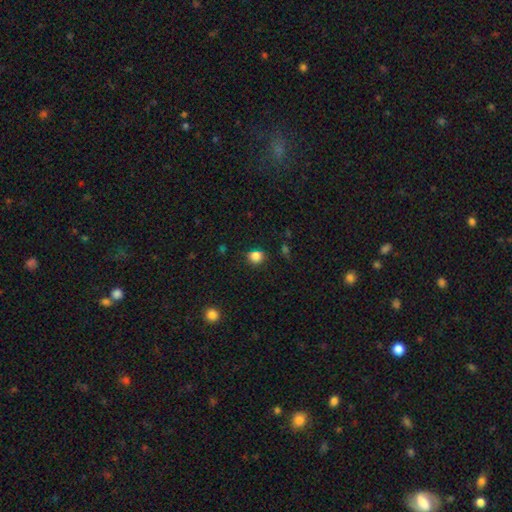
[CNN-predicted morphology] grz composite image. It shows a smooth galaxy with no disk features (83%) that is round (78%). Merging: none (81%).